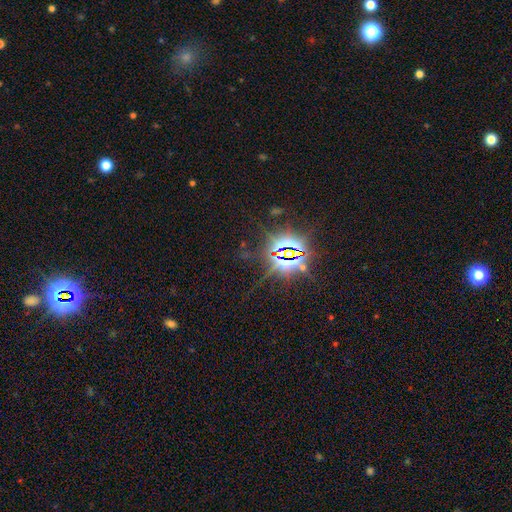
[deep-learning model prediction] star or artifact 84%, smooth 10%, featured or disk 7%.